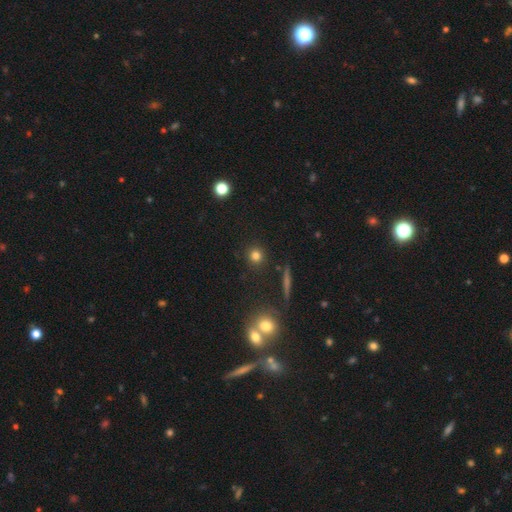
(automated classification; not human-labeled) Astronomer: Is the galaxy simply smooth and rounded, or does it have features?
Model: smooth — 79%.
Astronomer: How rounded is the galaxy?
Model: round — 92%.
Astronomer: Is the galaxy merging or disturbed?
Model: none — 89%.